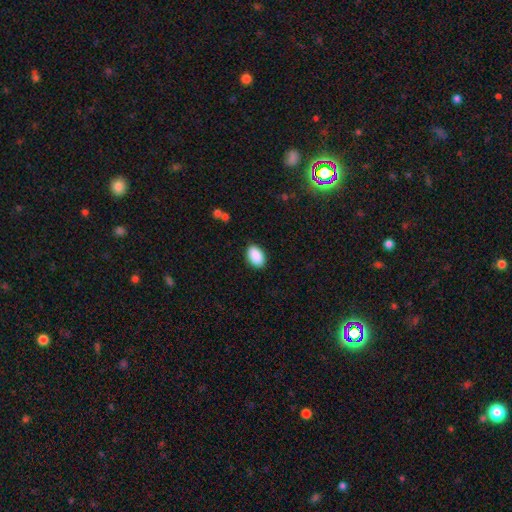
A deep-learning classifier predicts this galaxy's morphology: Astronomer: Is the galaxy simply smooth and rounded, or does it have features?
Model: smooth — 90%.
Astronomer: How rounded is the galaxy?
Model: in between — 92%.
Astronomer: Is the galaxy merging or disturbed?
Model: none — 89%.